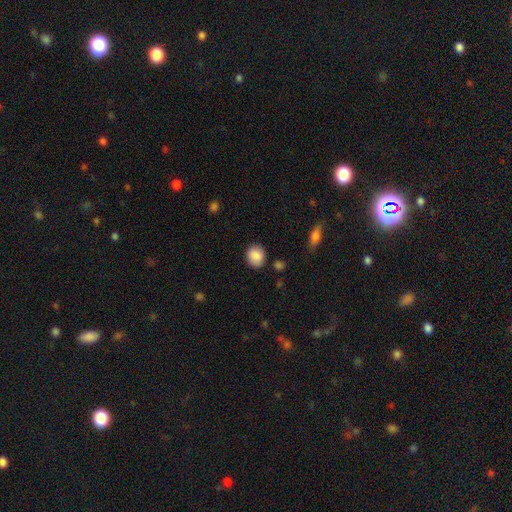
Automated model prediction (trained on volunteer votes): Morphology: type=smooth (88%); roundness=round (69%); merging=none (85%).